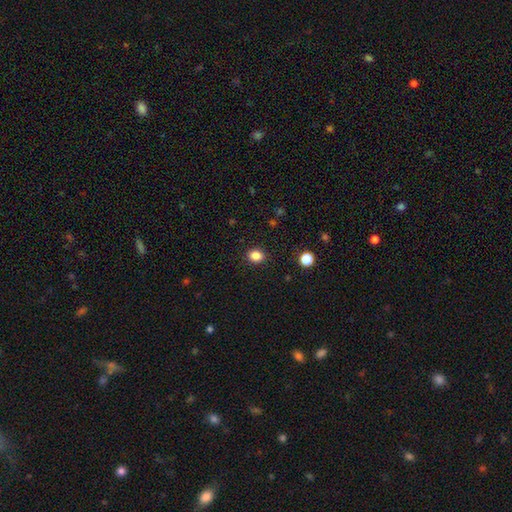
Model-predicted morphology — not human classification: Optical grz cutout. It shows a smooth galaxy with no disk features (85%) that is round (53%). Merging: none (89%).